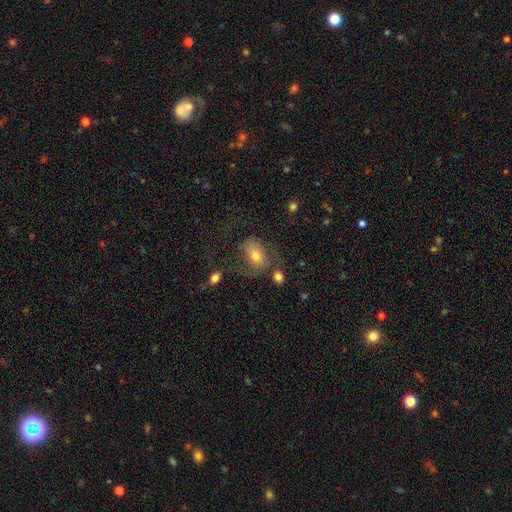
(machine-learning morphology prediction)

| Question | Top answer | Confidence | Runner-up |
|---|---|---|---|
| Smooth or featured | smooth | 55% | featured or disk (35%) |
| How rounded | in between | 77% | round (21%) |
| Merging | none | 35% | tied: major disturbance (35%) |